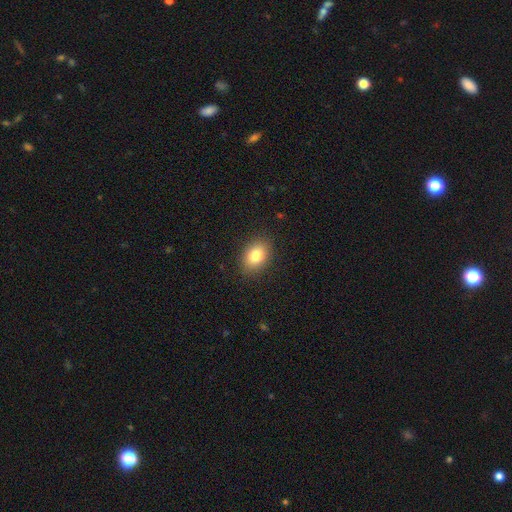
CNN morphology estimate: A smooth galaxy with no disk features (82%) that is in between round and cigar-shaped (77%). Merging: none (87%).